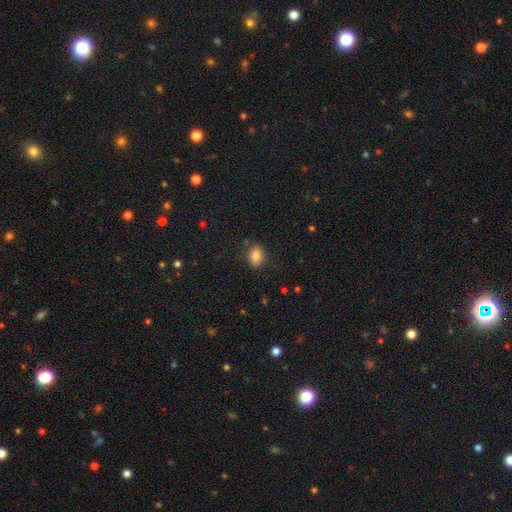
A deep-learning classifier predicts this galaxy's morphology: smooth 83%, star or artifact 10%, featured or disk 7%. Down the decision tree: how rounded — in between (70%); merging — none (82%).